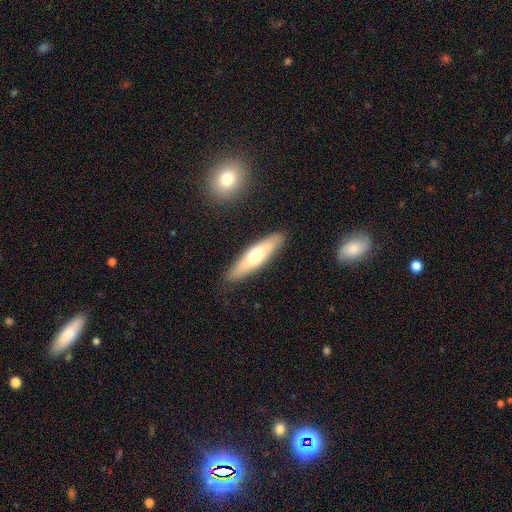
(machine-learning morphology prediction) The model was most divided on "smooth or featured": smooth: 57%, featured or disk: 38%, star or artifact: 6%. More confident: merging — none (87%); how rounded — cigar-shaped (69%).